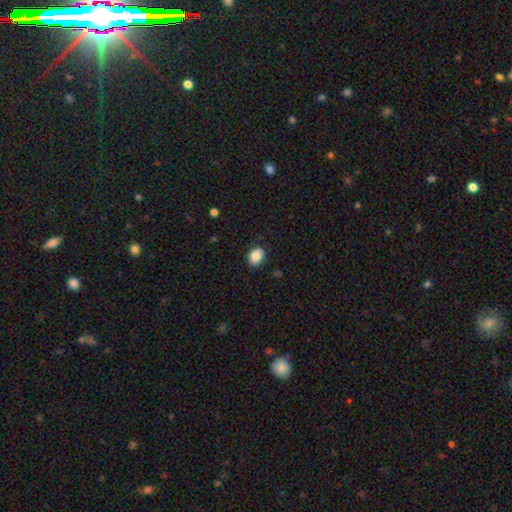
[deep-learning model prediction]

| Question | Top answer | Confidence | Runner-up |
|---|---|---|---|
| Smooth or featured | smooth | 87% | star or artifact (8%) |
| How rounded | in between | 64% | round (35%) |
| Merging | none | 87% | minor disturbance (10%) |